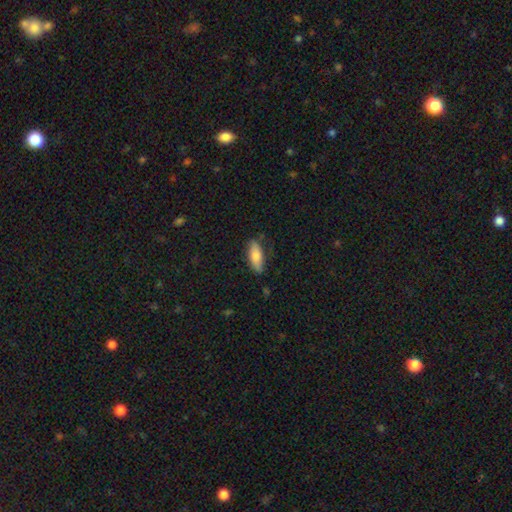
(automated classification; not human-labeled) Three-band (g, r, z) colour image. It shows a smooth galaxy with no disk features (80%) that is in between round and cigar-shaped (77%). Merging: none (74%).